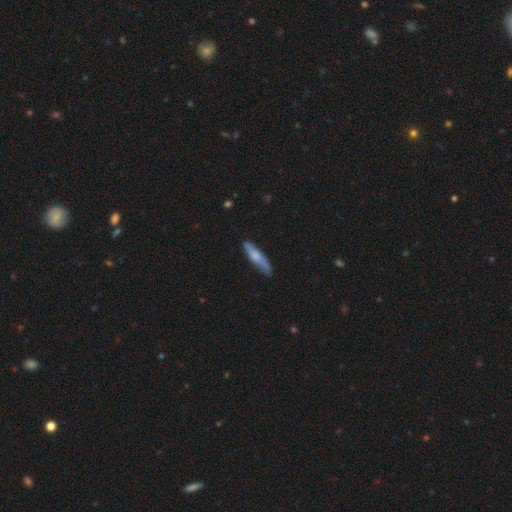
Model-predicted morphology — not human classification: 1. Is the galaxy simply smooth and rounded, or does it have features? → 63% smooth, 32% featured or disk, 5% star or artifact.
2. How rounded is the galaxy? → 81% cigar-shaped, 18% in between, 2% round.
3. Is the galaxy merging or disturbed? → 75% none, 20% minor disturbance, 3% major disturbance, 2% merger.